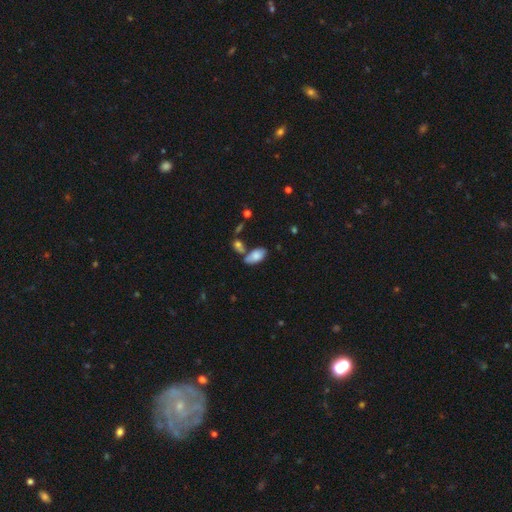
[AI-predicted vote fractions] This appears to be a smooth galaxy with no disk features (81%) that is in between round and cigar-shaped (92%). Merging: none (55%).